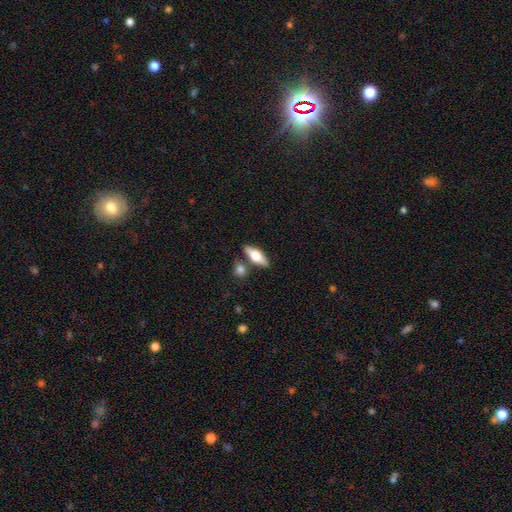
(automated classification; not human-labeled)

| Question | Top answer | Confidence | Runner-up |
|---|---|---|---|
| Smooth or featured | smooth | 54% | featured or disk (40%) |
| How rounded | in between | 62% | cigar-shaped (34%) |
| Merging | none | 75% | merger (11%) |